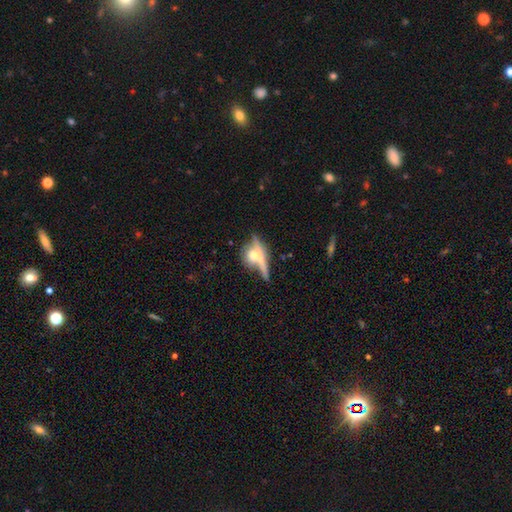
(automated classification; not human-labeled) Smooth or featured: smooth — 52% (featured or disk — 39%)
How rounded: round — 51% (in between — 27%)
Merging: none — 43% (merger — 35%)